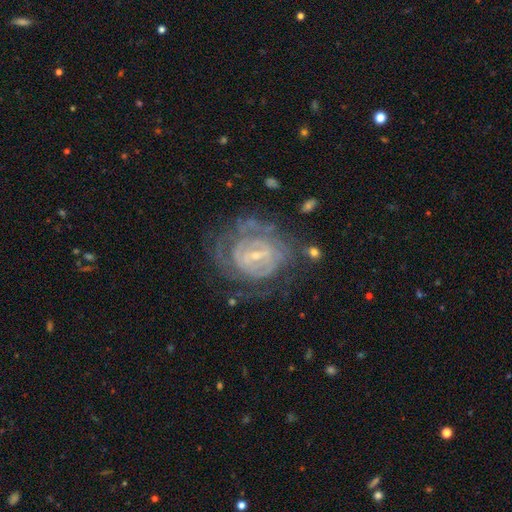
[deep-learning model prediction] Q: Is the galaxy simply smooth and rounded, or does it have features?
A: featured or disk — 82%.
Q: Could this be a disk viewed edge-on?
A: no — 97%.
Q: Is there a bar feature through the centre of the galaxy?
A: weak — 50%.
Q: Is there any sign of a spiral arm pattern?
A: yes — 83%.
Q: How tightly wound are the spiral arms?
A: tight — 71%.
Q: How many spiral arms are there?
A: can't tell — 52%.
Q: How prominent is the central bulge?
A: small — 75%.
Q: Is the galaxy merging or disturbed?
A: none — 61%.